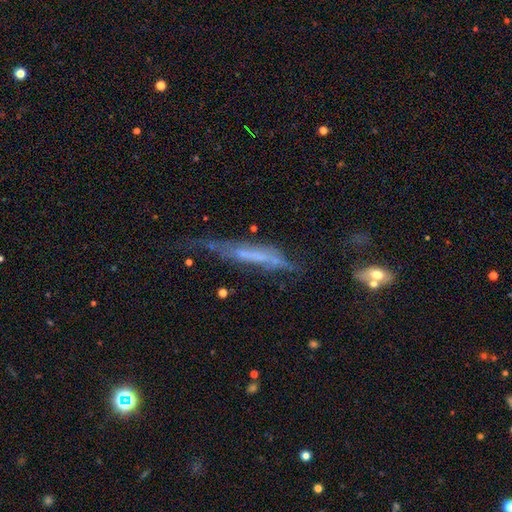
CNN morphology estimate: smooth-or-featured: featured or disk: 54% | smooth: 33% | star or artifact: 13%
  disk-edge-on: yes: 68% | no: 32%
  merging: none: 36% | major disturbance: 30% | minor disturbance: 28% | merger: 7%